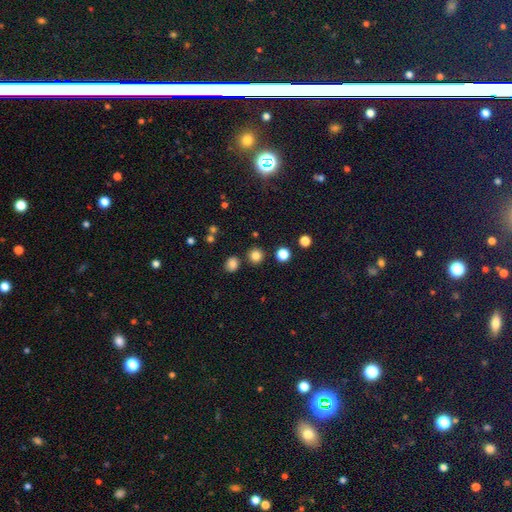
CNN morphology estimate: smooth_or_featured: smooth (p=0.81) [alt: star or artifact p=0.14]
how_rounded: round (p=0.92) [alt: in between p=0.07]
merging: none (p=0.86) [alt: merger p=0.06]